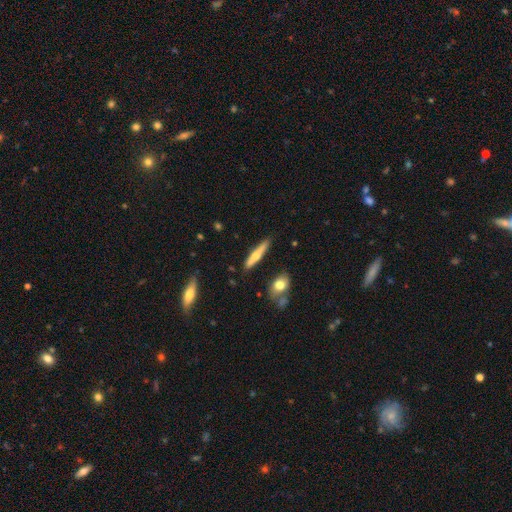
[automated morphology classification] A featured or disk galaxy (52%) viewed edge-on (93%).

Vote fractions:
- Smooth or featured? featured or disk: 52% / smooth: 42% / star or artifact: 6%
- Edge-on disk? yes: 93% / no: 7%
- Merging? none: 84% / minor disturbance: 10% / merger: 3% / major disturbance: 2%